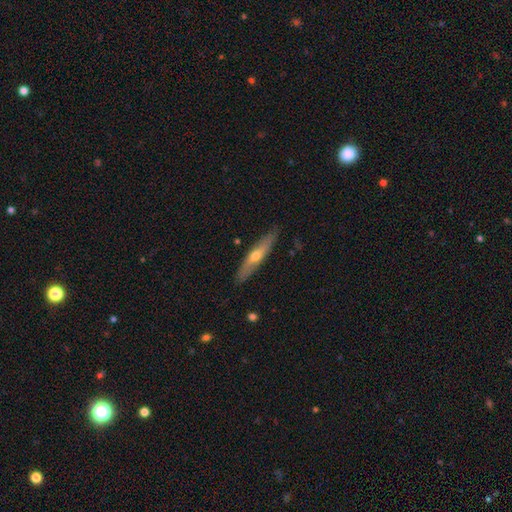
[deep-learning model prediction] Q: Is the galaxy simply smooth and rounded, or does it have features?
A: featured or disk — 58%.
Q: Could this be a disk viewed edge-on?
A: yes — 86%.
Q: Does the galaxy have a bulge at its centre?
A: rounded — 85%.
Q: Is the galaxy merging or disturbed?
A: none — 88%.